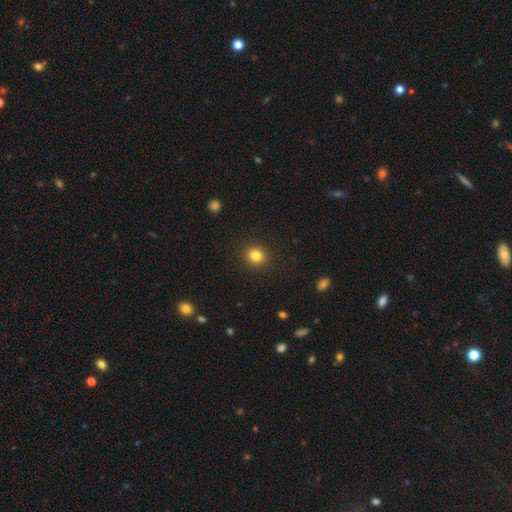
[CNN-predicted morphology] A smooth galaxy with no disk features (83%) that is round (85%).

Vote fractions:
- Smooth or featured? smooth: 83% / star or artifact: 11% / featured or disk: 6%
- How rounded? round: 85% / in between: 14% / cigar-shaped: 1%
- Merging? none: 91% / minor disturbance: 6% / major disturbance: 2% / merger: 1%